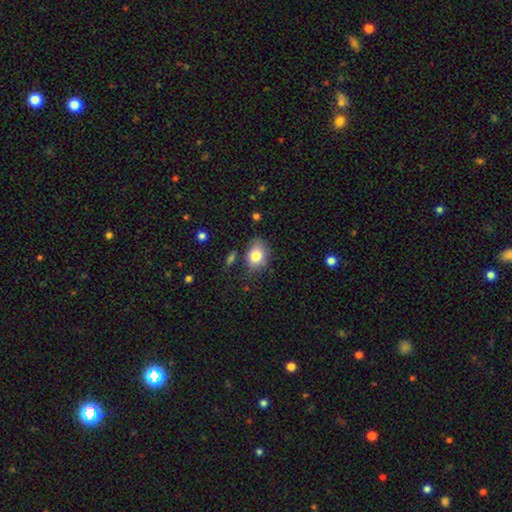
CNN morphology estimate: This appears to be a smooth galaxy with no disk features (80%) that is in between round and cigar-shaped (66%). Merging: none (65%).